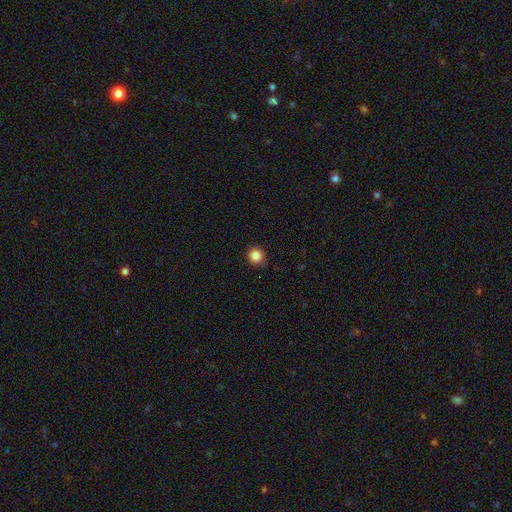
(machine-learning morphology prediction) Overall: smooth (85%). How rounded: round (91%). Merging: none (90%).